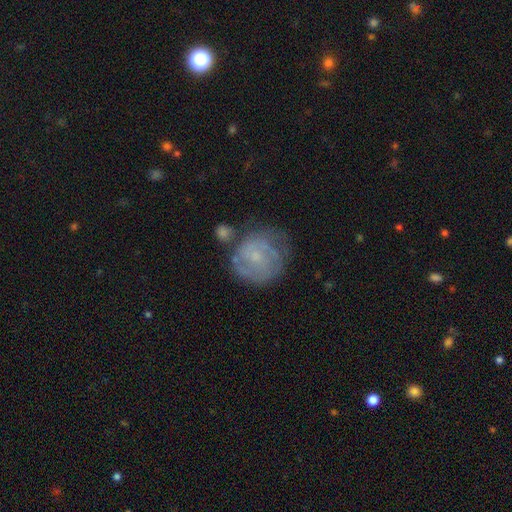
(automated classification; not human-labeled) Smooth or featured? Predicted: featured or disk (p=0.67). Edge-on disk? Predicted: no (p=0.98). Bar? Predicted: no (p=0.68). Spiral arms? Predicted: yes (p=0.83). Spiral winding? Predicted: tight (p=0.60). Spiral arm count? Predicted: can't tell (p=0.40). Bulge size? Predicted: small (p=0.66). Merging? Predicted: none (p=0.58).